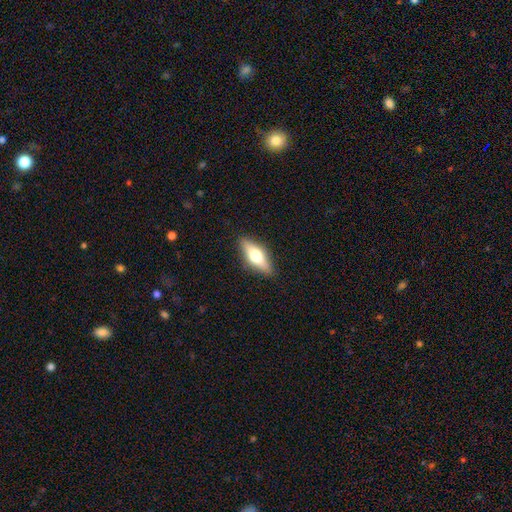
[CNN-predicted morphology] Smooth or featured?
  - smooth: 52% *
  - featured or disk: 41%
  - star or artifact: 7%
How rounded?
  - in between: 61% *
  - cigar-shaped: 35%
  - round: 3%
Merging?
  - none: 87% *
  - minor disturbance: 9%
  - major disturbance: 2%
  - merger: 1%